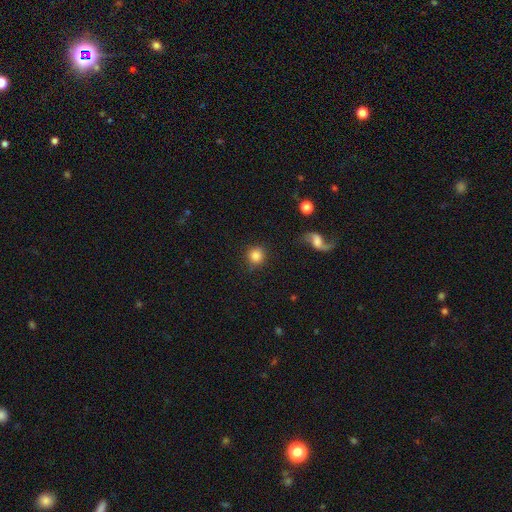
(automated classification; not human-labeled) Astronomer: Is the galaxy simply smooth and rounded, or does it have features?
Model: smooth — 83%.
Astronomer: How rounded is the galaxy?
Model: round — 92%.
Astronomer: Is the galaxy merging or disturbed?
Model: none — 82%.